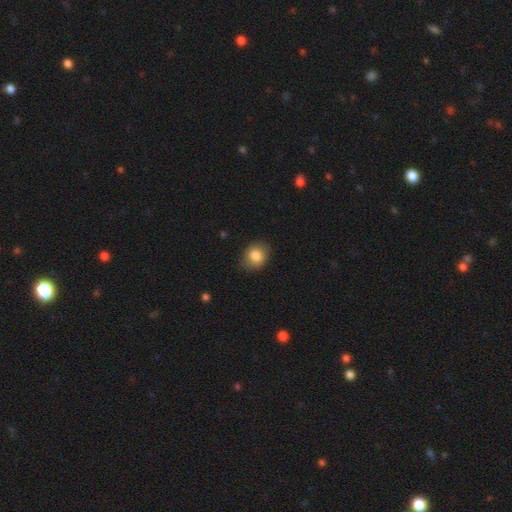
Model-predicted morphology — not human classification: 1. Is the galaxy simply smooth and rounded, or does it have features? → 84% smooth, 8% star or artifact, 8% featured or disk.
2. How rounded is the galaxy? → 56% round, 43% in between, 1% cigar-shaped.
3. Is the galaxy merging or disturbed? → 81% none, 15% minor disturbance, 3% major disturbance, 1% merger.